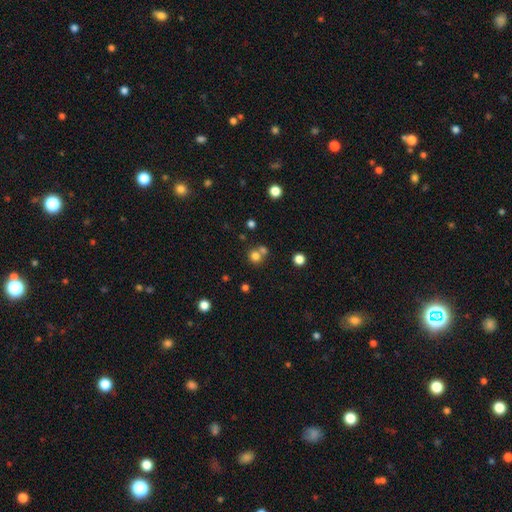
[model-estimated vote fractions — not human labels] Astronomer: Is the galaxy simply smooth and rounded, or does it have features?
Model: smooth — 76%.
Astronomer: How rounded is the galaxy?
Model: round — 88%.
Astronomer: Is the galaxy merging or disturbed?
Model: none — 54% (runner-up: merger, 36%).